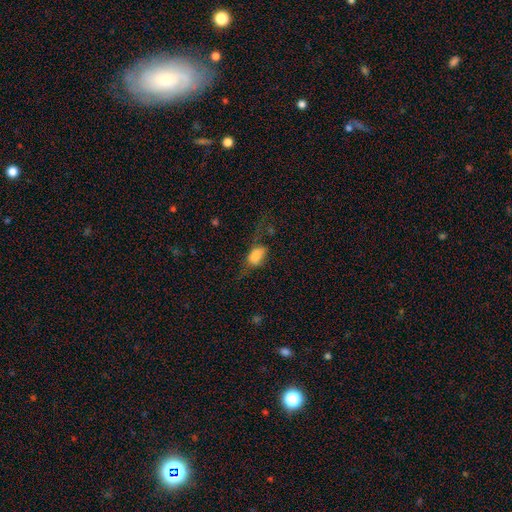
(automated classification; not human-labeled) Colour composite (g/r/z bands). It shows a smooth galaxy with no disk features (72%) that is in between round and cigar-shaped (85%). Merging: major disturbance (38%).